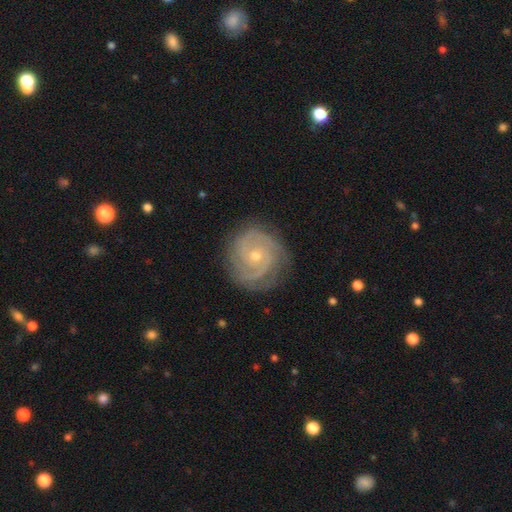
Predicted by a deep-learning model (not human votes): smooth-or-featured: featured or disk: 90% | smooth: 6% | star or artifact: 5%
  disk-edge-on: no: 98% | yes: 2%
    bar: no: 74% | weak: 21% | strong: 5%
    has-spiral-arms: yes: 98% | no: 2%
      spiral-winding: tight: 76% | medium: 21% | loose: 3%
      spiral-arm-count: 3: 34% (tied) | 2: 34% (tied) | can't tell: 13% | 4: 8% | more than 4: 5% | 1: 5%
    bulge-size: small: 58% | moderate: 39% | large: 1% | none: 1% | dominant: 1%
  merging: none: 81% | minor disturbance: 14% | major disturbance: 4% | merger: 1%